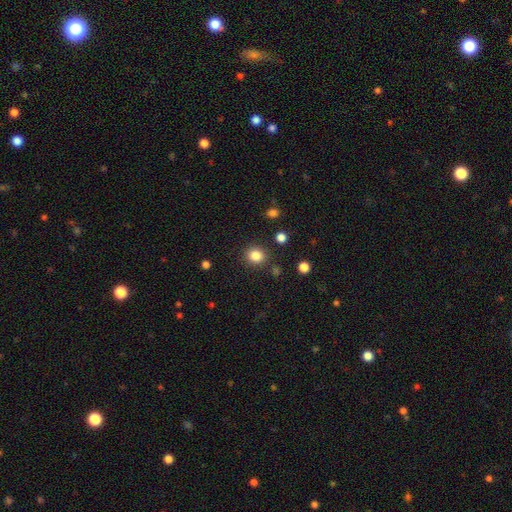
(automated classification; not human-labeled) Q: Smooth or featured?
A: smooth (84%); runner-up: star or artifact (11%)
Q: How rounded?
A: round (82%); runner-up: in between (17%)
Q: Merging?
A: none (87%); runner-up: minor disturbance (7%)